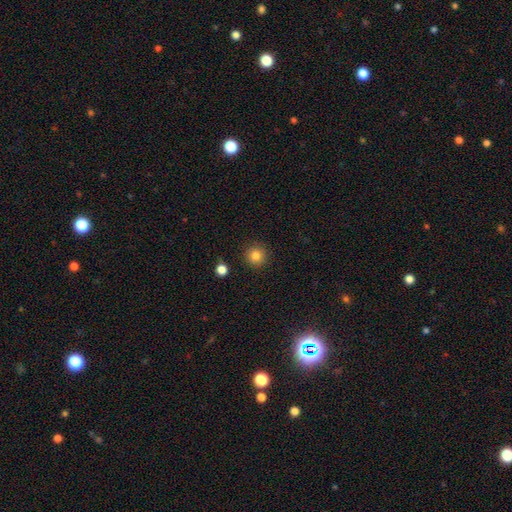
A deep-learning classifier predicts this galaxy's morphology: type=smooth (84%); roundness=round (94%); merging=none (90%).